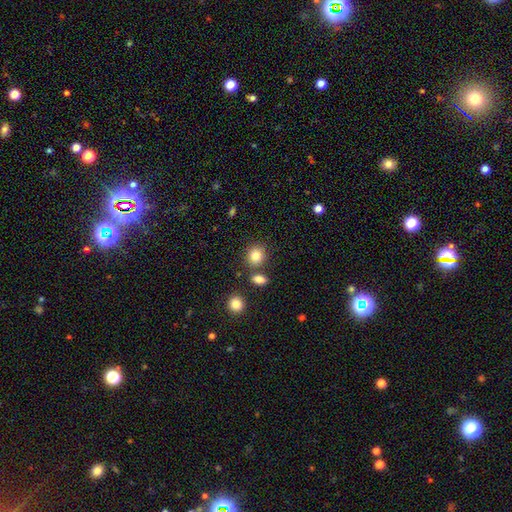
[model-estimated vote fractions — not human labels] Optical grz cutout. It shows a smooth galaxy with no disk features (83%) that is round (74%). Merging: none (73%).